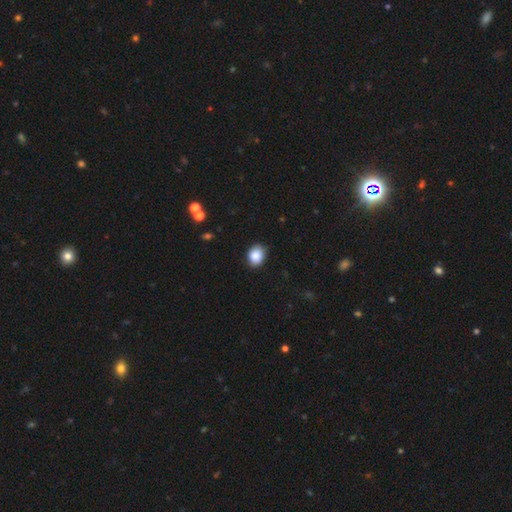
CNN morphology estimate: smooth 88%, star or artifact 8%, featured or disk 4%. Down the decision tree: how rounded — in between (57%); merging — none (87%).